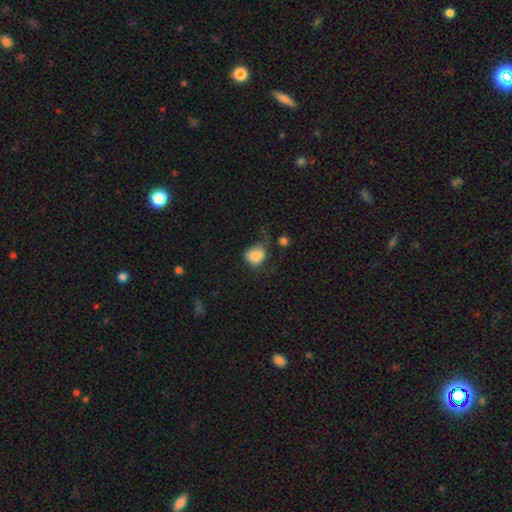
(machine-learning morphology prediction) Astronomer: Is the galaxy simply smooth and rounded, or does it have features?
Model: smooth — 82%.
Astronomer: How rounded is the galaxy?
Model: in between — 54% (runner-up: round, 45%).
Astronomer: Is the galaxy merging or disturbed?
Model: minor disturbance — 32% (runner-up: none, 31%).